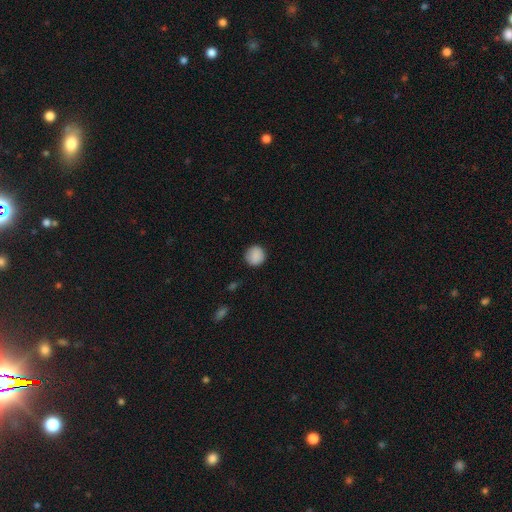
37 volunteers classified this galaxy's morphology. Smooth or featured? smooth (92%)
How rounded? round (97%)
Merging? none (94%)